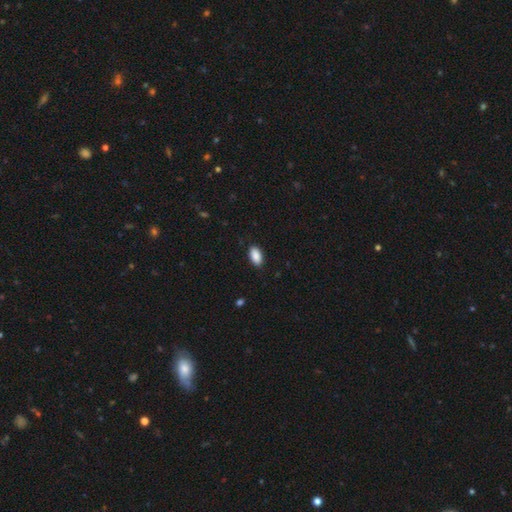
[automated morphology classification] A smooth galaxy with no disk features (90%) that is in between round and cigar-shaped (94%). Merging: none (88%).